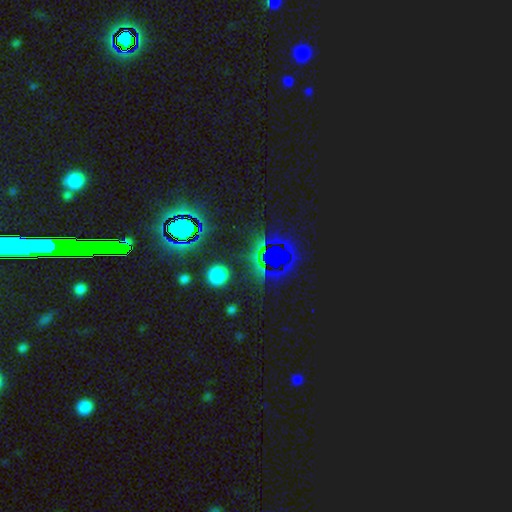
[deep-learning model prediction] The model was most divided on "smooth or featured": star or artifact: 80%, smooth: 11%, featured or disk: 9%.